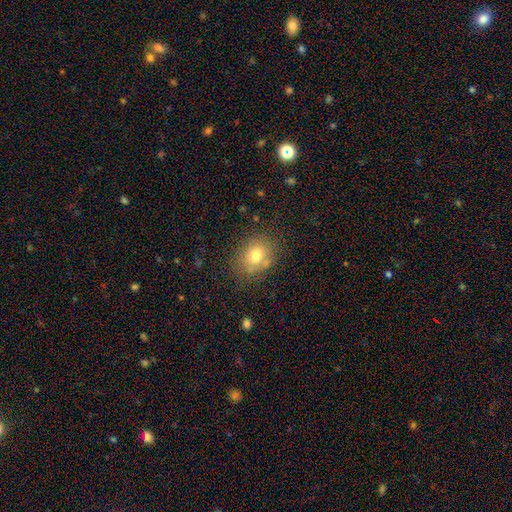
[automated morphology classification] Overall: smooth (74%). How rounded: round (50%; in between 49%). Merging: none (74%).